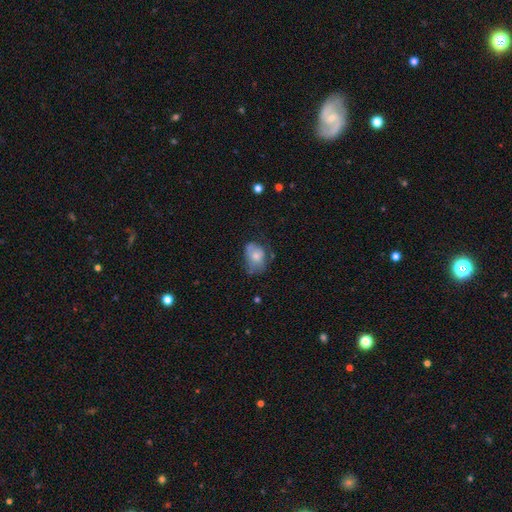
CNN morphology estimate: A smooth galaxy with no disk features (63%) that is in between round and cigar-shaped (71%). Merging: none (39%).